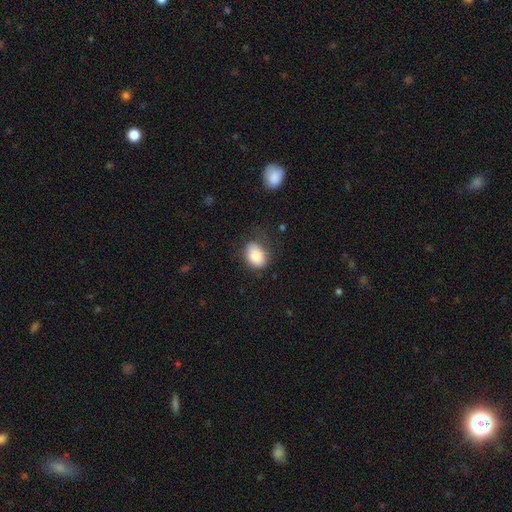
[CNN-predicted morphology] type=smooth (84%); roundness=in between (78%); merging=none (67%).